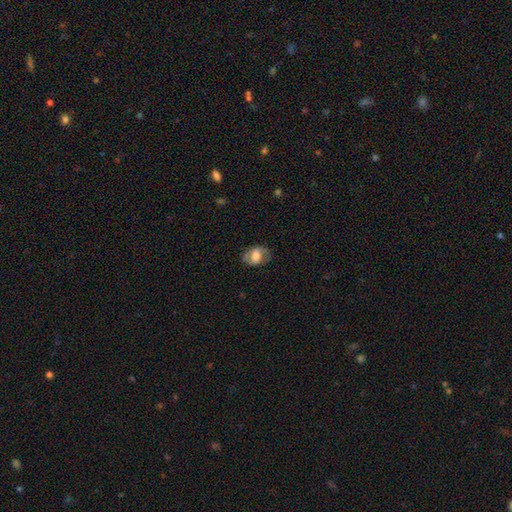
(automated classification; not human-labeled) A smooth galaxy with no disk features (49%). Merging: none (72%).